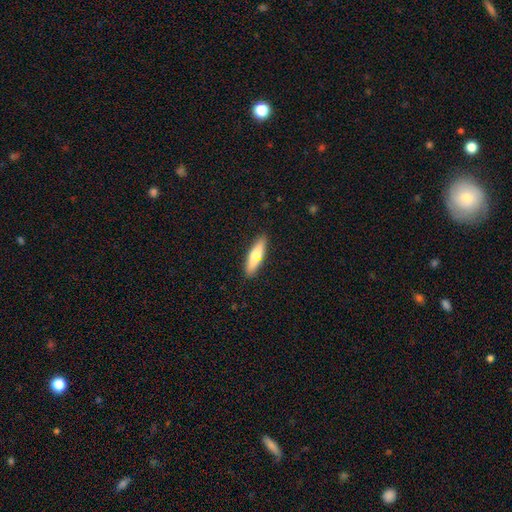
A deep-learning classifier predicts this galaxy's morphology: Smooth or featured: smooth — 67% (featured or disk — 27%)
How rounded: cigar-shaped — 69% (in between — 29%)
Merging: none — 88% (minor disturbance — 9%)